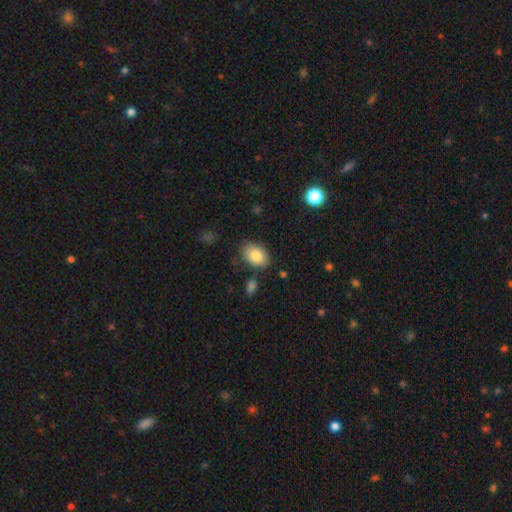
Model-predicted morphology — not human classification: A smooth galaxy with no disk features (85%) that is in between round and cigar-shaped (83%).

Vote fractions:
- Smooth or featured? smooth: 85% / featured or disk: 8% / star or artifact: 7%
- How rounded? in between: 83% / round: 16% / cigar-shaped: 1%
- Merging? none: 79% / minor disturbance: 14% / merger: 3% / major disturbance: 3%